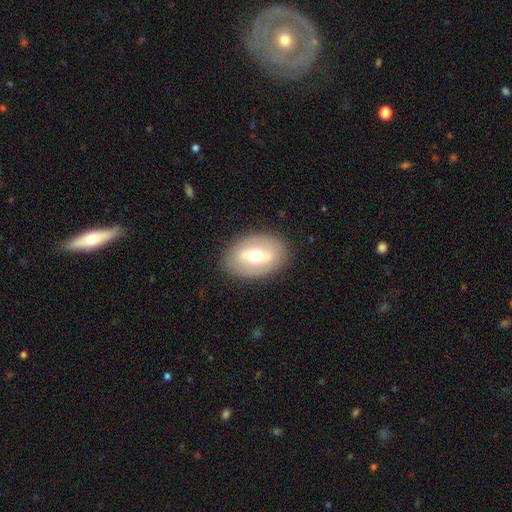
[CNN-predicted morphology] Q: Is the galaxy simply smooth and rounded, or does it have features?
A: featured or disk — 56%.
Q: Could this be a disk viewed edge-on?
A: no — 90%.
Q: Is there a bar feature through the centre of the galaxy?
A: strong — 41%.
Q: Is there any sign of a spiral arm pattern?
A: no — 71%.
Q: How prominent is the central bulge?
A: moderate — 71%.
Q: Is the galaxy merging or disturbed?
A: none — 86%.